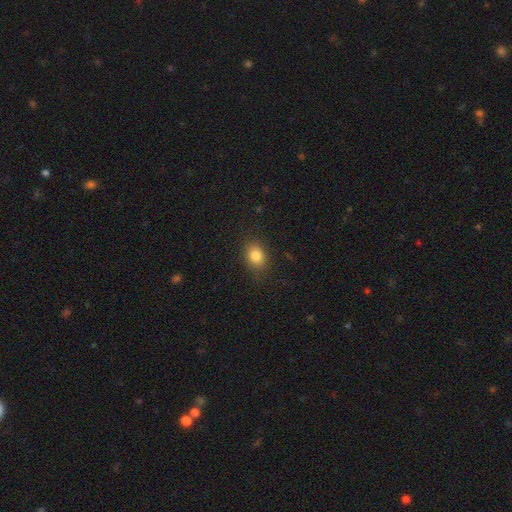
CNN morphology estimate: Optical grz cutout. It shows a smooth galaxy with no disk features (84%) that is in between round and cigar-shaped (69%). Merging: none (84%).